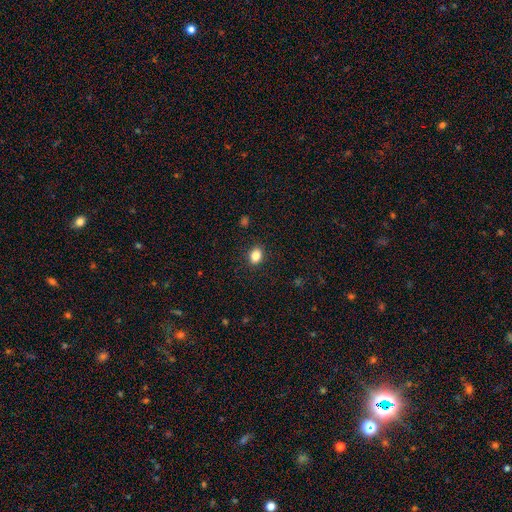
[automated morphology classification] Overall: smooth (85%). How rounded: in between (64%; round 35%). Merging: none (88%).